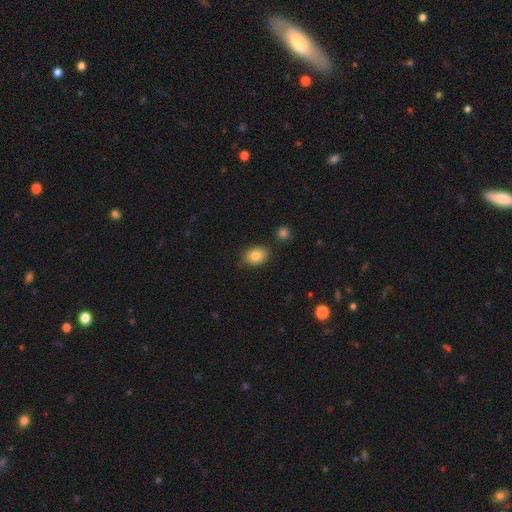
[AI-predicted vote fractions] This is clearly a smooth galaxy (83%). How rounded: likely in between (70%). Merging: likely none (79%).